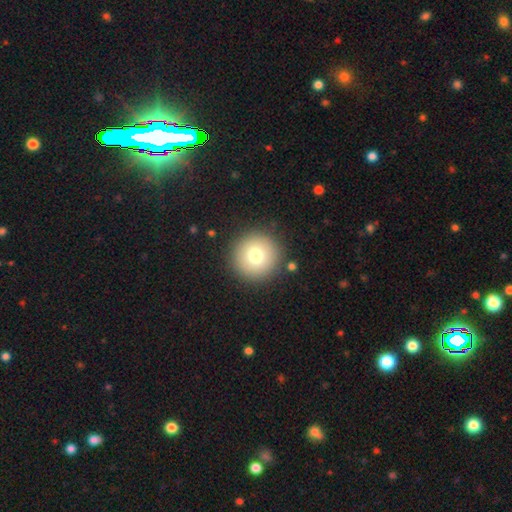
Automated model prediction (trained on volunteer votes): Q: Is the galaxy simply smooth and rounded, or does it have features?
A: smooth — 75%.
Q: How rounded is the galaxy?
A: round — 96%.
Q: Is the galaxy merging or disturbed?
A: none — 90%.